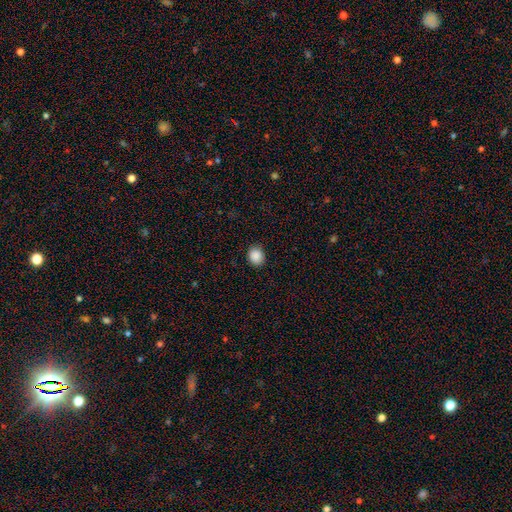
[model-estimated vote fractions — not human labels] The model was most divided on "how rounded": round: 67%, in between: 32%, cigar-shaped: 1%. More confident: merging — none (89%); smooth or featured — smooth (89%).